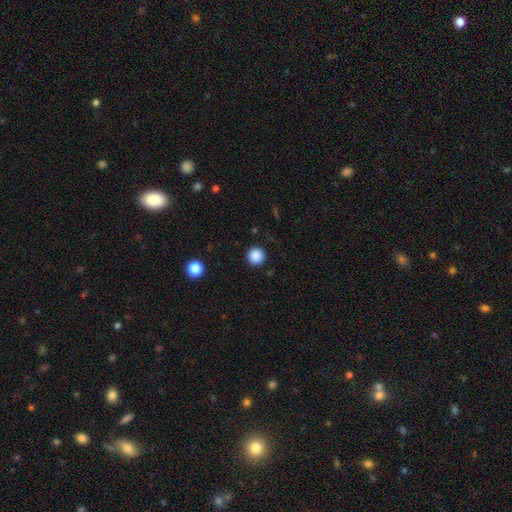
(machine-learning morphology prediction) Smooth or featured? Predicted: smooth (p=0.87). How rounded? Predicted: round (p=0.96). Merging? Predicted: none (p=0.92).